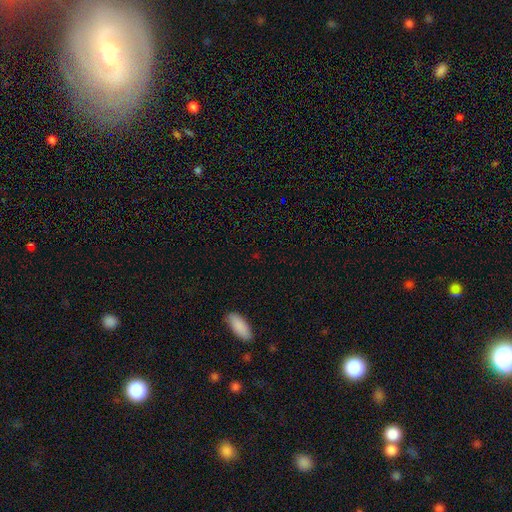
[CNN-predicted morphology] This appears to be a star or artifact, not a galaxy (53%).